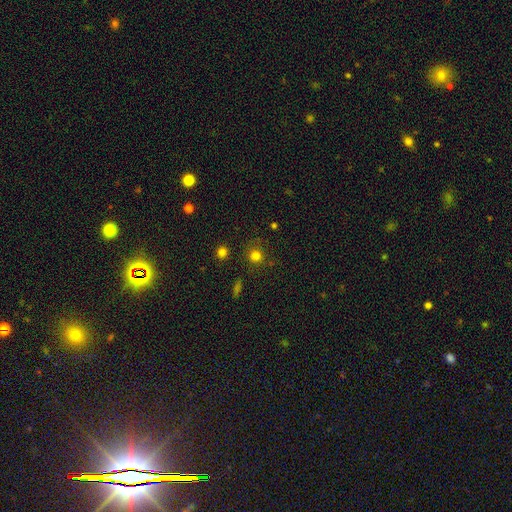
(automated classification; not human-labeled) A smooth galaxy with no disk features (78%) that is round (90%).

Vote fractions:
- Smooth or featured? smooth: 78% / star or artifact: 17% / featured or disk: 5%
- How rounded? round: 90% / in between: 9% / cigar-shaped: 1%
- Merging? none: 81% / minor disturbance: 11% / major disturbance: 4% / merger: 3%